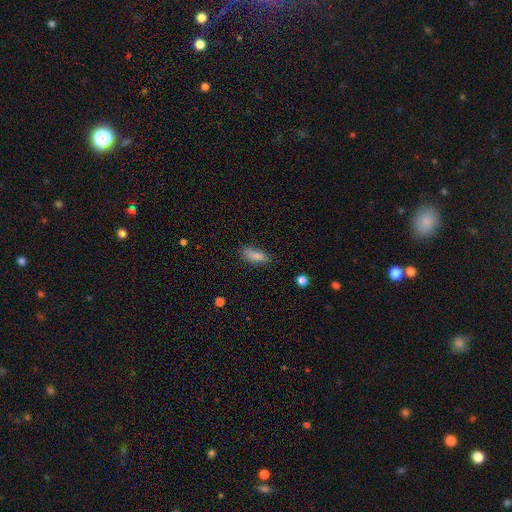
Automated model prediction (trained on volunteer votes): Smooth or featured? smooth (84%)
How rounded? in between (71%)
Merging? none (71%)